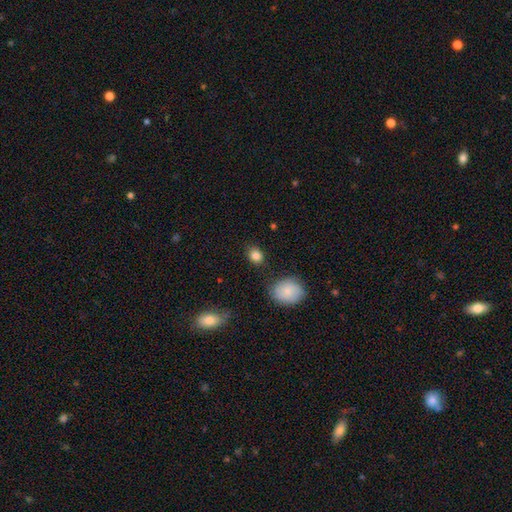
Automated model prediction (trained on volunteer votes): Overall: smooth (86%). How rounded: in between (53%; round 46%). Merging: none (82%).